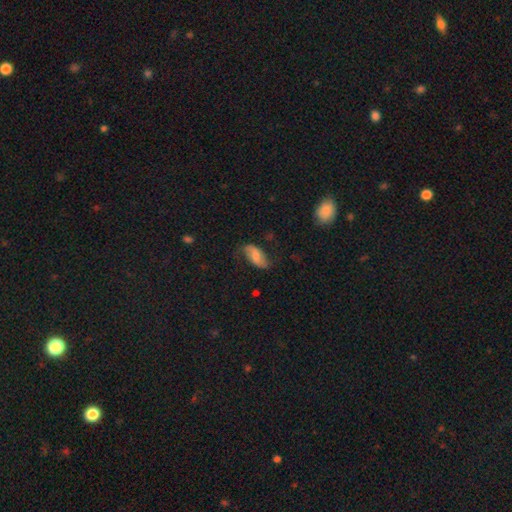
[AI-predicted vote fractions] This appears to be a smooth galaxy with no disk features (56%) that is in between round and cigar-shaped (90%). Merging: none (66%).